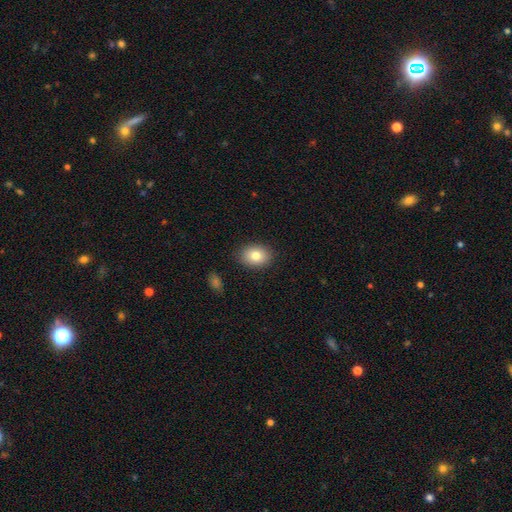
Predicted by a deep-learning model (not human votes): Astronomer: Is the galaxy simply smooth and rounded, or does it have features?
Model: smooth — 81%.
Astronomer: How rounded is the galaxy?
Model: in between — 65%.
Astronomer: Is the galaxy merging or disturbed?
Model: none — 87%.